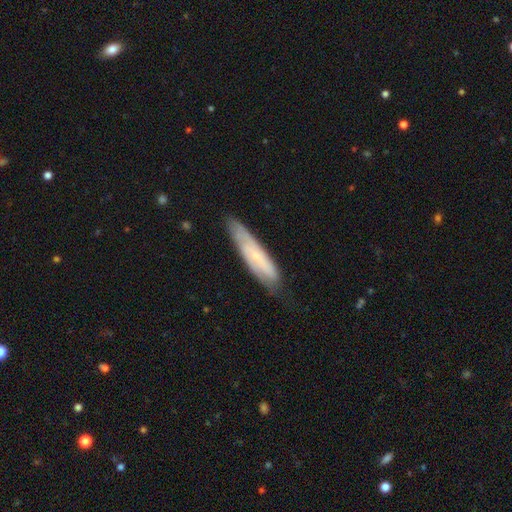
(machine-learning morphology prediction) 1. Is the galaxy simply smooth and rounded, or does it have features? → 49% featured or disk, 44% smooth, 7% star or artifact.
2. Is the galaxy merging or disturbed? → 69% none, 24% minor disturbance, 6% major disturbance, 2% merger.